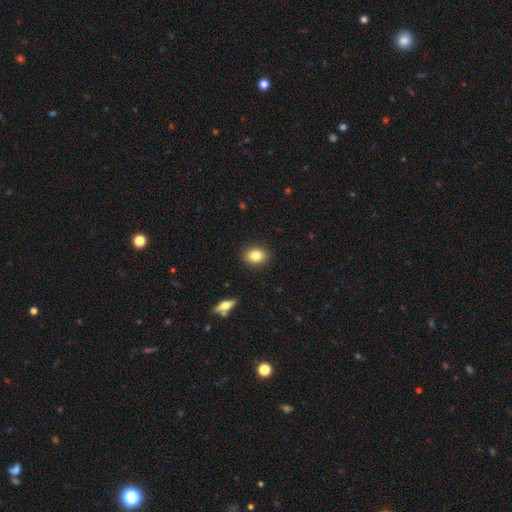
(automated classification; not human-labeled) This is clearly a smooth galaxy (82%). How rounded: likely in between (65%). Merging: clearly none (90%).